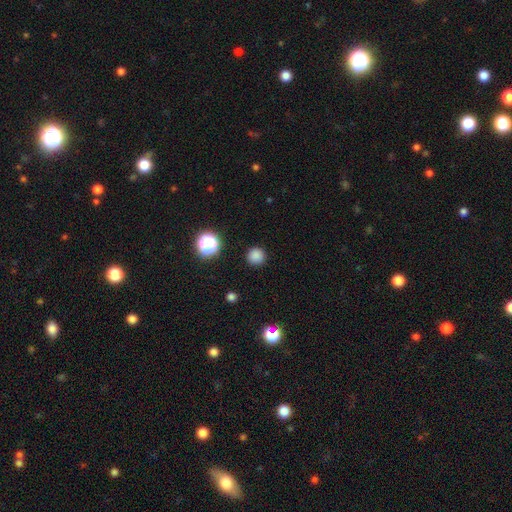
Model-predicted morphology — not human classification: This appears to be a smooth galaxy with no disk features (82%) that is round (95%). Merging: none (91%).